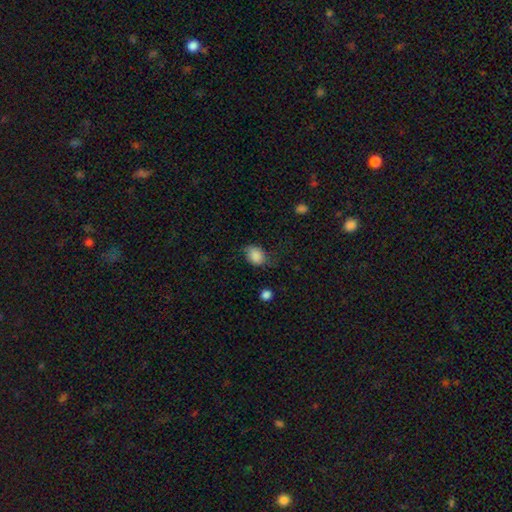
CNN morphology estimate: Overall: smooth (85%). How rounded: in between (62%; round 37%). Merging: none (56%; minor disturbance 30%).